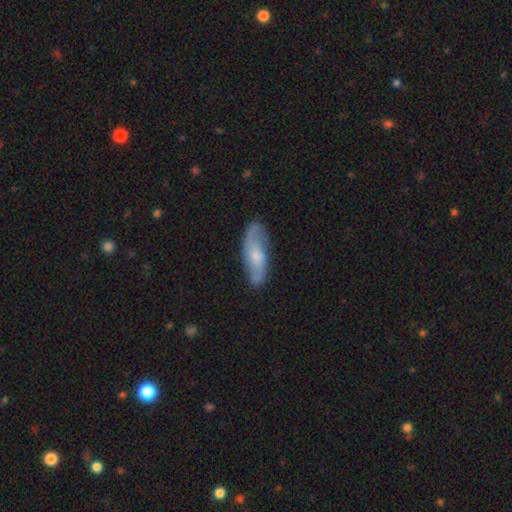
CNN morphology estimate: Q: Smooth or featured?
A: featured or disk (53%); runner-up: smooth (41%)
Q: Edge-on disk?
A: no (83%); runner-up: yes (17%)
Q: Merging?
A: none (77%); runner-up: minor disturbance (17%)